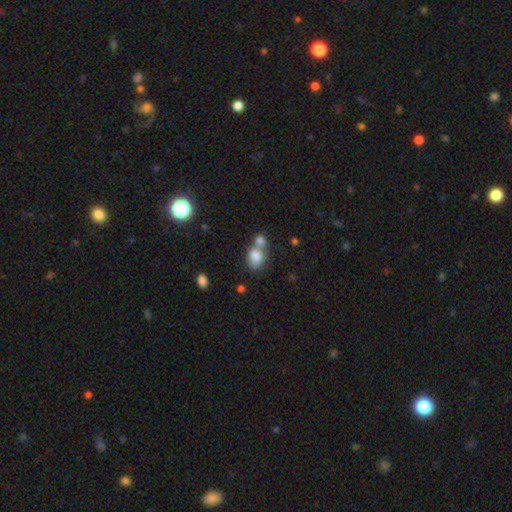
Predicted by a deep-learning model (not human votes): Morphology: type=smooth (80%); roundness=in between (63%); merging=merger (54%).